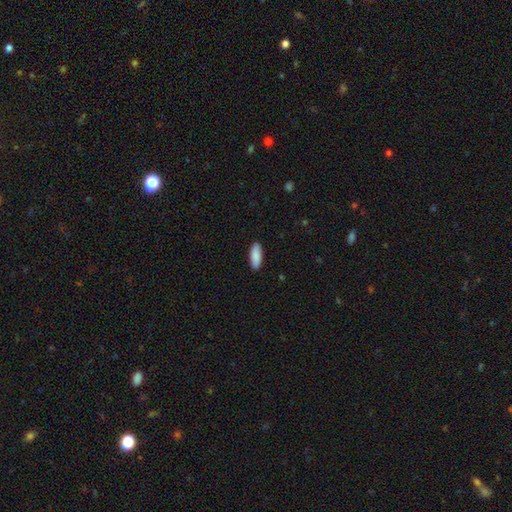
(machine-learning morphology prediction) This is clearly a smooth galaxy (89%). How rounded: likely in between (71%). Merging: clearly none (90%).